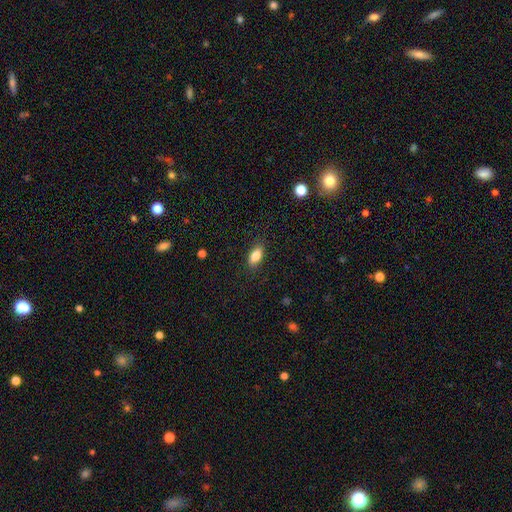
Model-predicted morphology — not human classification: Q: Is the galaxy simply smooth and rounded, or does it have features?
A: smooth — 84%.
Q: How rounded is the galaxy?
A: in between — 86%.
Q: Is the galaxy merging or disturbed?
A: none — 85%.